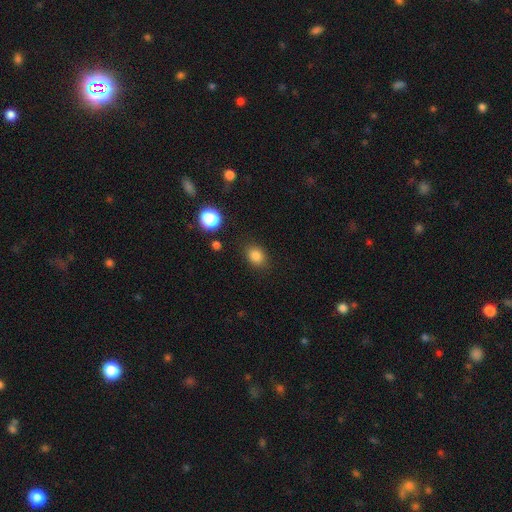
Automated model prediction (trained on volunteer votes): Smooth or featured? Predicted: smooth (p=0.83). How rounded? Predicted: in between (p=0.52). Merging? Predicted: none (p=0.85).